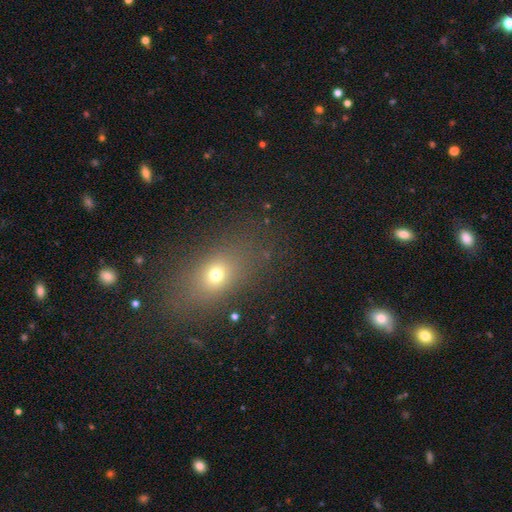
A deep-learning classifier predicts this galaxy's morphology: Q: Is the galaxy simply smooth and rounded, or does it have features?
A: smooth — 59%.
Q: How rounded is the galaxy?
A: in between — 69%.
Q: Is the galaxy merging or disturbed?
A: none — 85%.